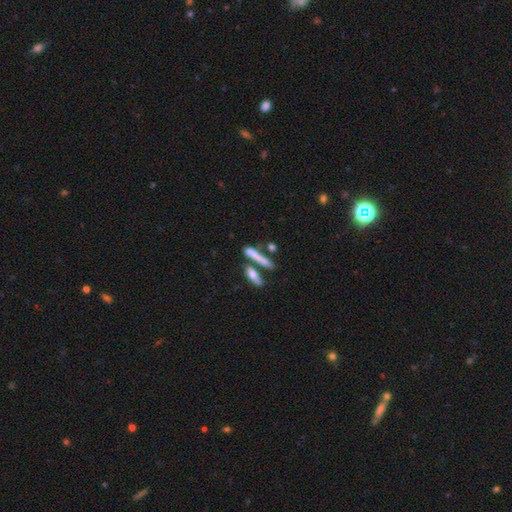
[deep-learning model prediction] Smooth or featured? Predicted: smooth (p=0.63). How rounded? Predicted: cigar-shaped (p=0.82). Merging? Predicted: none (p=0.54).